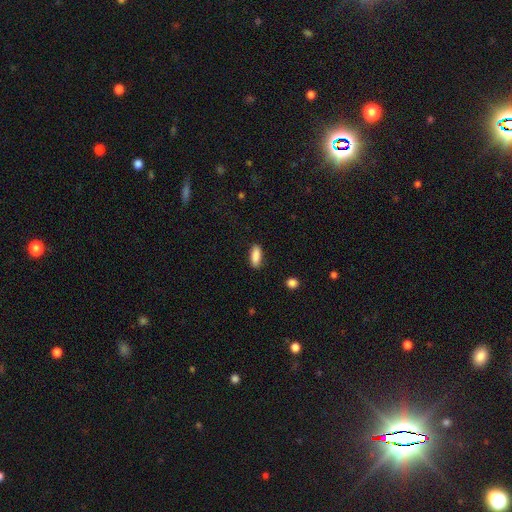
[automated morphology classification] A smooth galaxy with no disk features (89%) that is in between round and cigar-shaped (73%). Merging: none (86%).